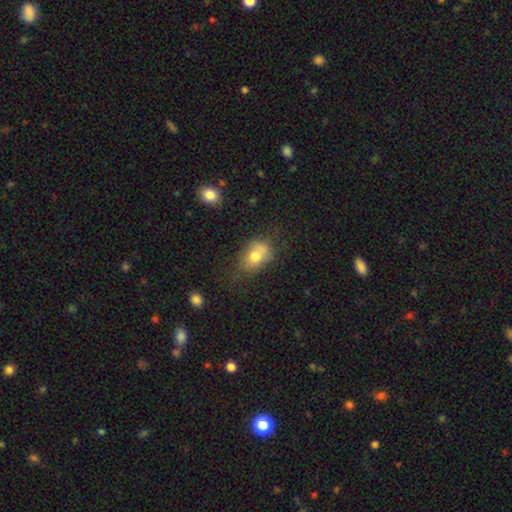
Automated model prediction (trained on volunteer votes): Smooth or featured? smooth (74%)
How rounded? in between (71%)
Merging? none (51%)